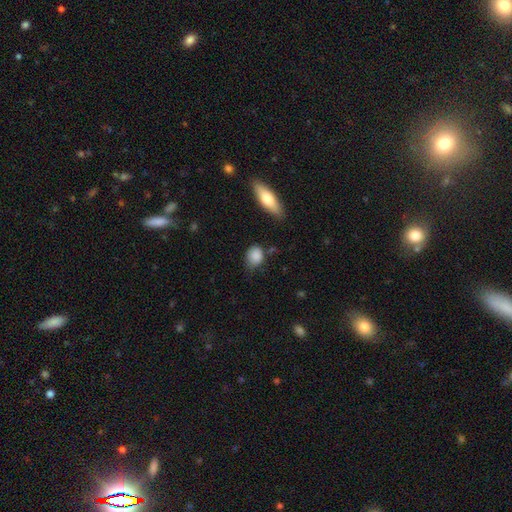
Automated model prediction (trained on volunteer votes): Smooth or featured? Predicted: smooth (p=0.86). How rounded? Predicted: round (p=0.50). Merging? Predicted: none (p=0.58).